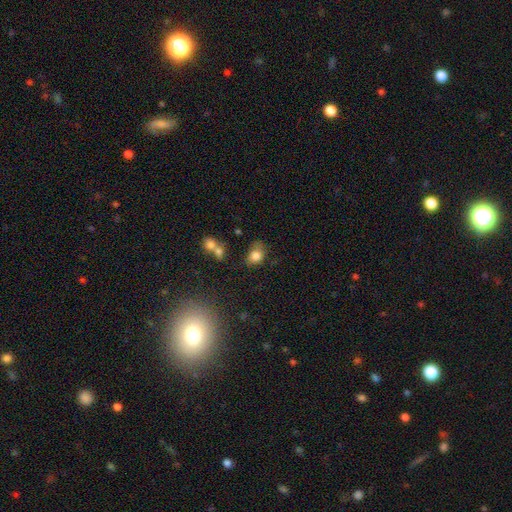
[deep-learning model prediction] Smooth or featured? smooth (80%)
How rounded? in between (58%)
Merging? none (46%)